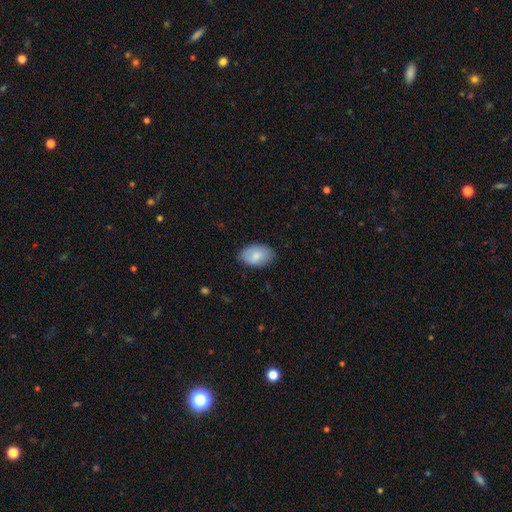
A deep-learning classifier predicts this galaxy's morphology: This appears to be a smooth galaxy with no disk features (80%) that is in between round and cigar-shaped (91%). Merging: none (79%).